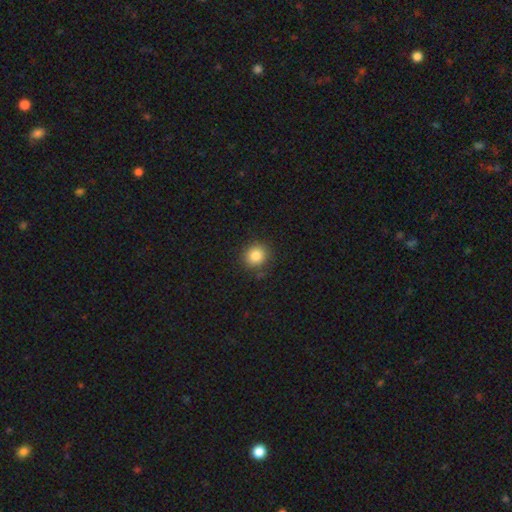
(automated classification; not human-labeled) smooth 84%, star or artifact 10%, featured or disk 5%. Down the decision tree: how rounded — round (85%); merging — none (87%).